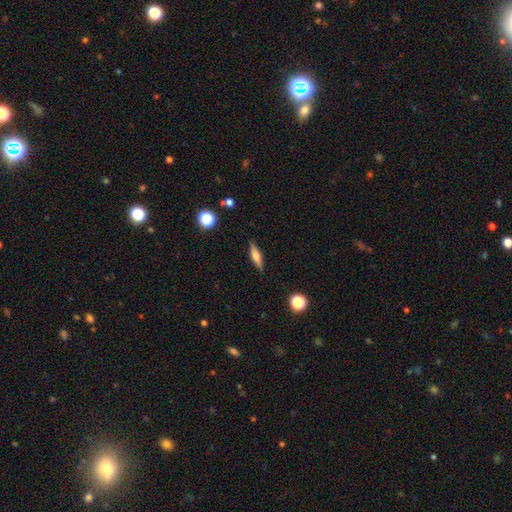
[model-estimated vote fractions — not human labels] This appears to be a smooth galaxy with no disk features (51%) that is cigar-shaped (67%). Merging: none (87%).